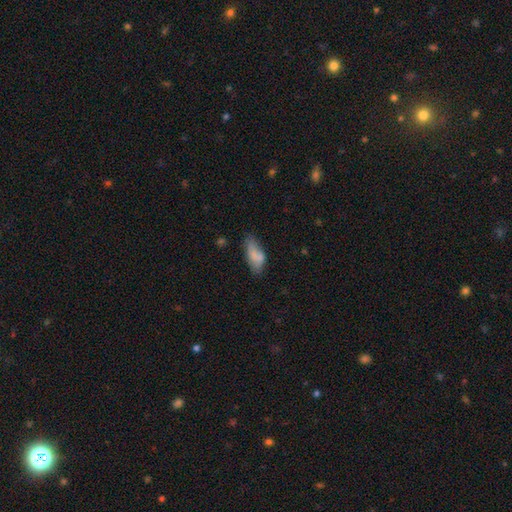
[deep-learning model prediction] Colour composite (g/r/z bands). It shows a smooth galaxy with no disk features (74%) that is in between round and cigar-shaped (82%). Merging: none (43%).